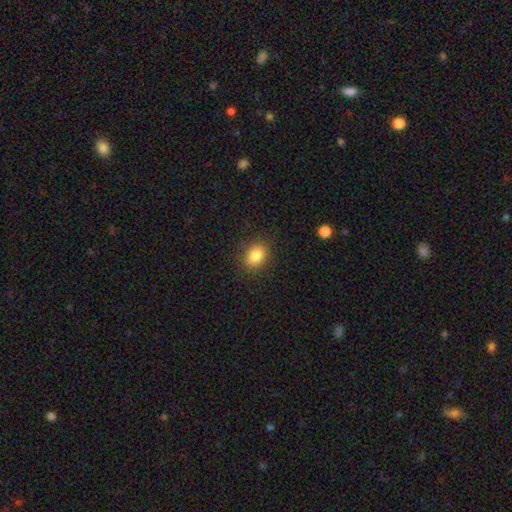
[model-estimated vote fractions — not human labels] smooth-or-featured: smooth: 84% | star or artifact: 9% | featured or disk: 6%
  how-rounded: in between: 61% | round: 38% | cigar-shaped: 1%
  merging: none: 87% | minor disturbance: 9% | major disturbance: 3% | merger: 1%